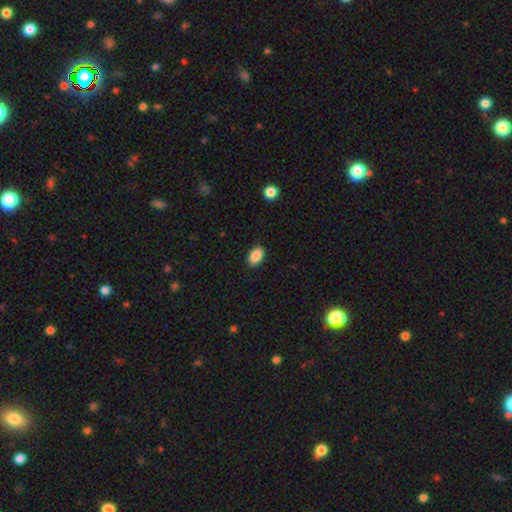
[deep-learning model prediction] Smooth or featured?
  - smooth: 88% *
  - star or artifact: 8%
  - featured or disk: 5%
How rounded?
  - in between: 89% *
  - round: 10%
  - cigar-shaped: 1%
Merging?
  - none: 89% *
  - minor disturbance: 8%
  - major disturbance: 2%
  - merger: 1%